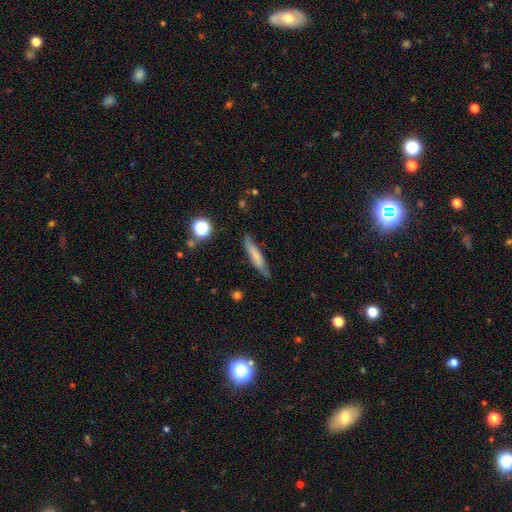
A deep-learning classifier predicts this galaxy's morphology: smooth-or-featured: smooth: 66% | featured or disk: 26% | star or artifact: 8%
  how-rounded: cigar-shaped: 86% | in between: 12% | round: 2%
  merging: none: 78% | minor disturbance: 17% | major disturbance: 3% | merger: 2%